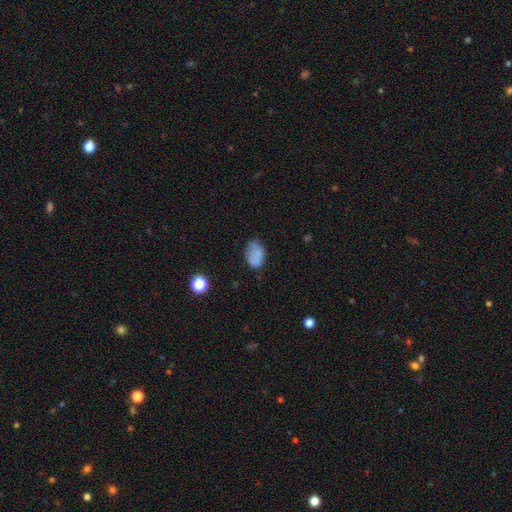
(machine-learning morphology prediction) type=smooth (74%); roundness=in between (83%); merging=none (55%).